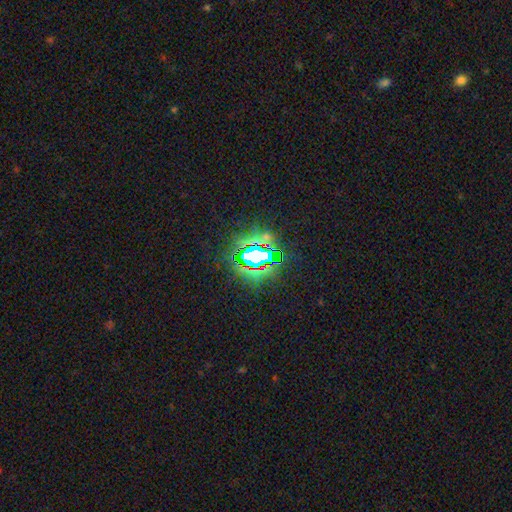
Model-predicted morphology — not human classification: Q: Smooth or featured?
A: star or artifact (74%); runner-up: smooth (14%)